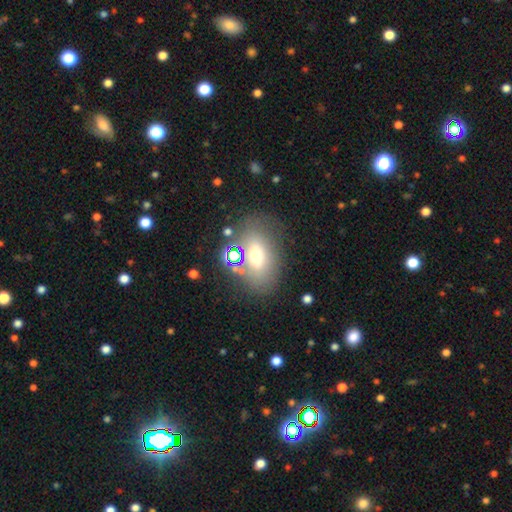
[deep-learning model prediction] Smooth or featured? smooth (62%)
How rounded? in between (83%)
Merging? none (67%)